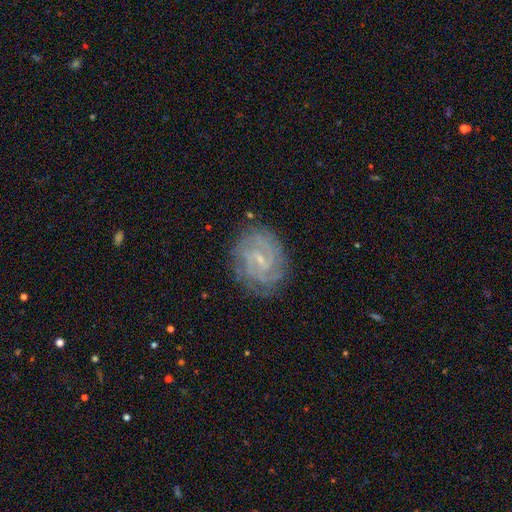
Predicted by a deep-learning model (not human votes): A featured or disk galaxy (68%) with a weak bar (50%), tight (69%) spiral arms (93%) and a small central bulge (73%).

Vote fractions:
- Smooth or featured? featured or disk: 68% / star or artifact: 16% / smooth: 16%
- Edge-on disk? no: 96% / yes: 4%
- Bar? weak: 50% / no: 31% / strong: 18%
- Spiral arms? yes: 93% / no: 7%
- Spiral winding? tight: 69% / medium: 25% / loose: 6%
- Spiral arm count? can't tell: 34% / 2: 29% / 3: 14% / 4: 10% / more than 4: 7% / 1: 7%
- Bulge size? small: 73% / moderate: 17% / none: 8% / large: 1% / dominant: 1%
- Merging? none: 83% / minor disturbance: 11% / major disturbance: 4% / merger: 1%